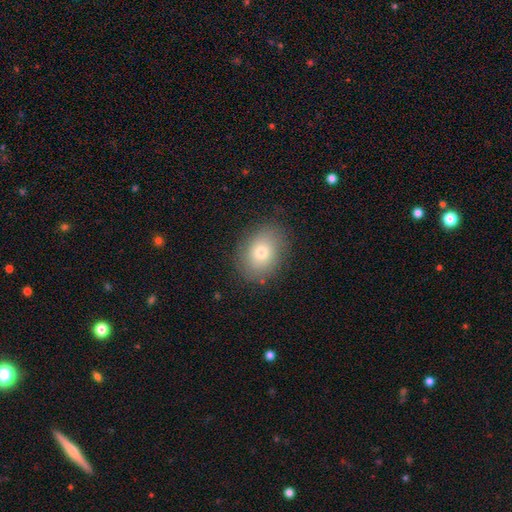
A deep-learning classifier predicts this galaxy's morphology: Smooth or featured?
  - smooth: 74% *
  - featured or disk: 15%
  - star or artifact: 11%
How rounded?
  - in between: 63% *
  - round: 36%
  - cigar-shaped: 1%
Merging?
  - none: 84% *
  - minor disturbance: 11%
  - major disturbance: 3%
  - merger: 1%